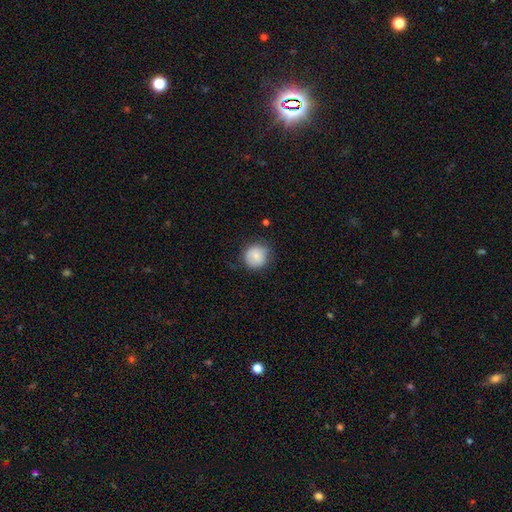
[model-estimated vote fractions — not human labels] Q: Smooth or featured?
A: smooth (82%); runner-up: featured or disk (10%)
Q: How rounded?
A: round (90%); runner-up: in between (9%)
Q: Merging?
A: none (73%); runner-up: minor disturbance (20%)